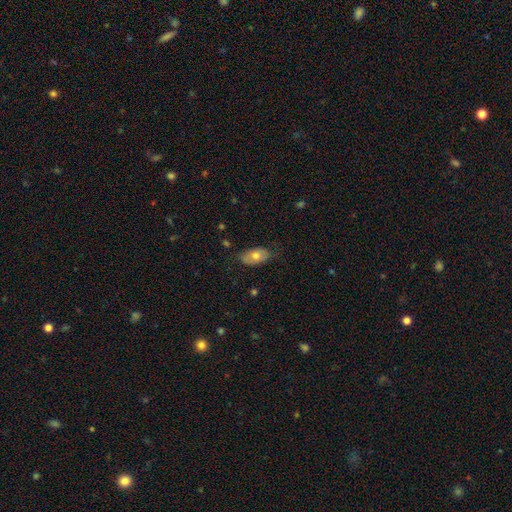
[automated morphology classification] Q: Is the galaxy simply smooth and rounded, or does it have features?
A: smooth — 66%.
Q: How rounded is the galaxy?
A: in between — 93%.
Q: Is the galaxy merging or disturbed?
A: none — 73%.